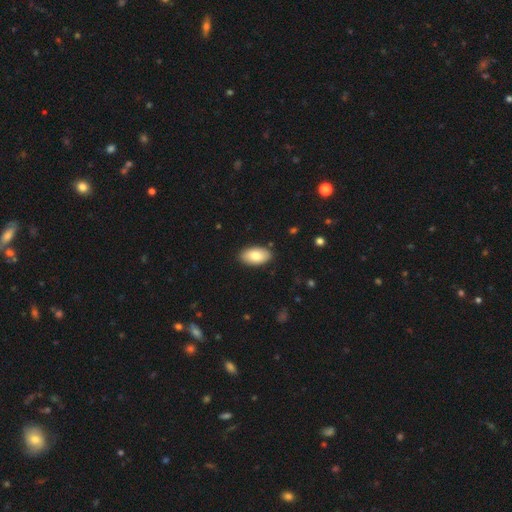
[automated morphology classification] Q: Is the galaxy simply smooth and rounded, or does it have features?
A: smooth — 80%.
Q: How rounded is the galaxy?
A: in between — 95%.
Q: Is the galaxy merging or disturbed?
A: none — 88%.